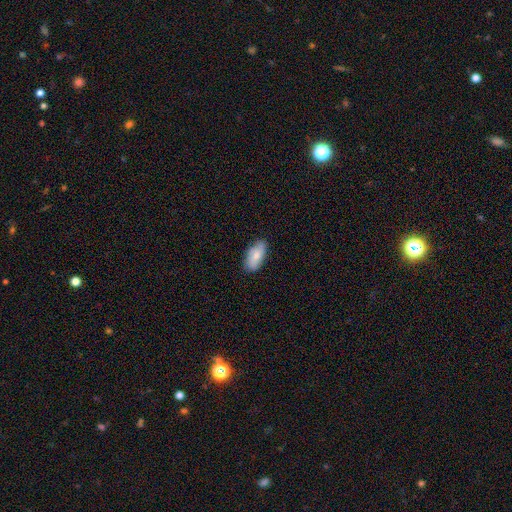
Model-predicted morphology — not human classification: A smooth galaxy with no disk features (74%) that is in between round and cigar-shaped (90%).

Vote fractions:
- Smooth or featured? smooth: 74% / featured or disk: 19% / star or artifact: 6%
- How rounded? in between: 90% / cigar-shaped: 7% / round: 3%
- Merging? none: 81% / minor disturbance: 16% / major disturbance: 3% / merger: 1%